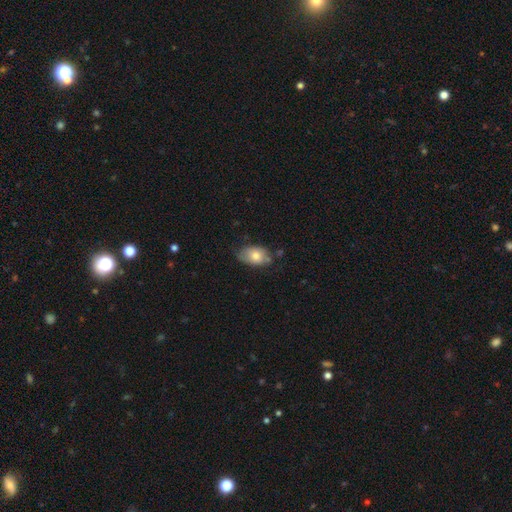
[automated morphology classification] Q: Smooth or featured?
A: smooth (75%); runner-up: featured or disk (18%)
Q: How rounded?
A: in between (87%); runner-up: round (12%)
Q: Merging?
A: none (59%); runner-up: minor disturbance (31%)